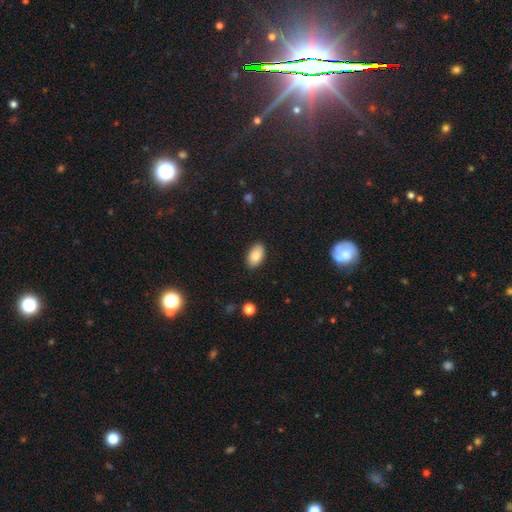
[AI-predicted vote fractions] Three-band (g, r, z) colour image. It shows a smooth galaxy with no disk features (85%) that is in between round and cigar-shaped (93%). Merging: none (86%).